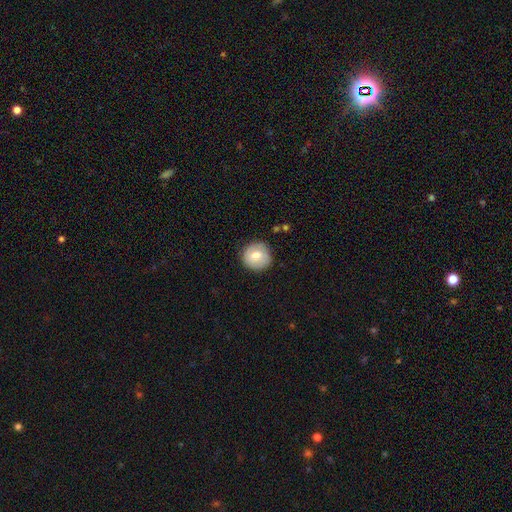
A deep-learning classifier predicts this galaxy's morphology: Overall: smooth (71%). How rounded: round (93%). Merging: none (84%).